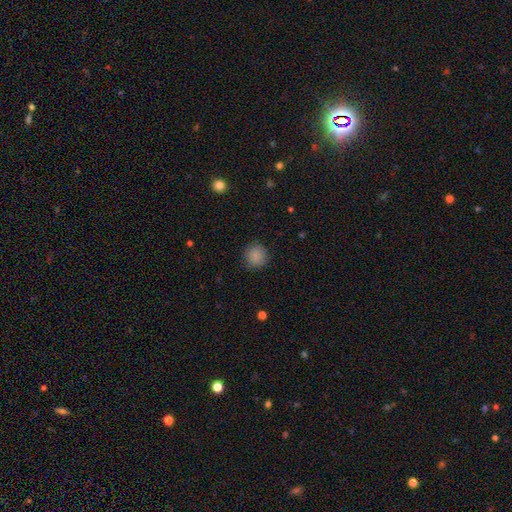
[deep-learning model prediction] A smooth galaxy with no disk features (87%) that is round (92%). Merging: none (88%).